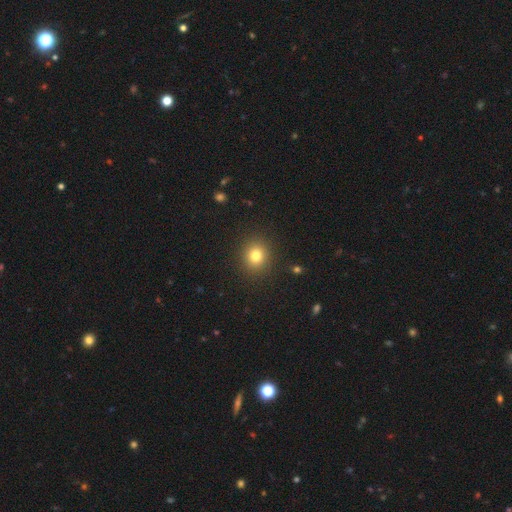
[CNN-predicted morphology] Smooth or featured? smooth (79%)
How rounded? round (81%)
Merging? none (90%)